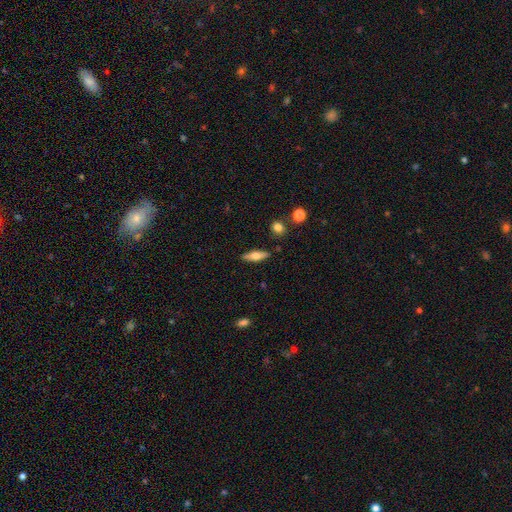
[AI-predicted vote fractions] smooth 52%, featured or disk 41%, star or artifact 7%. Down the decision tree: how rounded — cigar-shaped (54%); merging — none (86%).